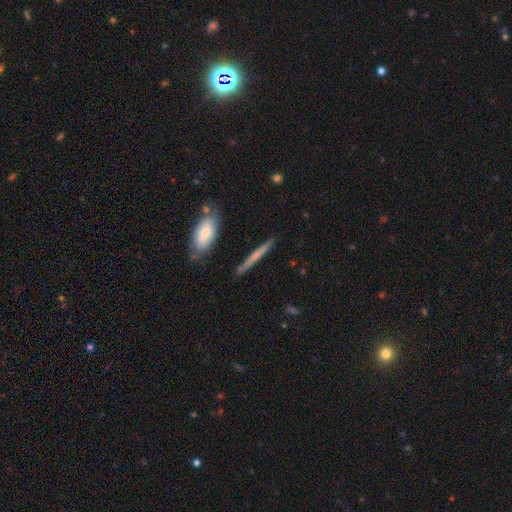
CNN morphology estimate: Smooth or featured? smooth (51%)
How rounded? cigar-shaped (94%)
Merging? none (85%)